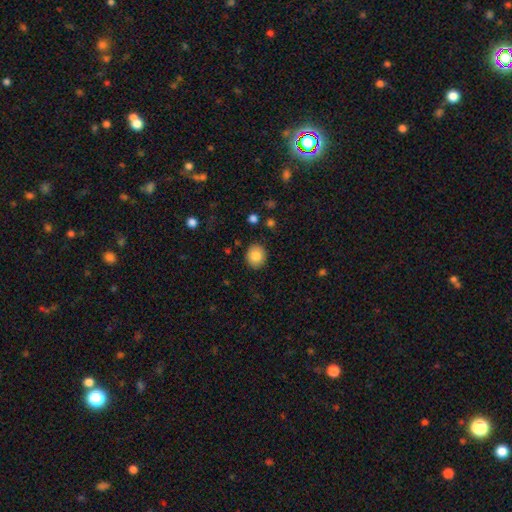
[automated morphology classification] smooth_or_featured: smooth (p=0.84) [alt: star or artifact p=0.08]
how_rounded: round (p=0.74) [alt: in between p=0.25]
merging: none (p=0.89) [alt: minor disturbance p=0.07]